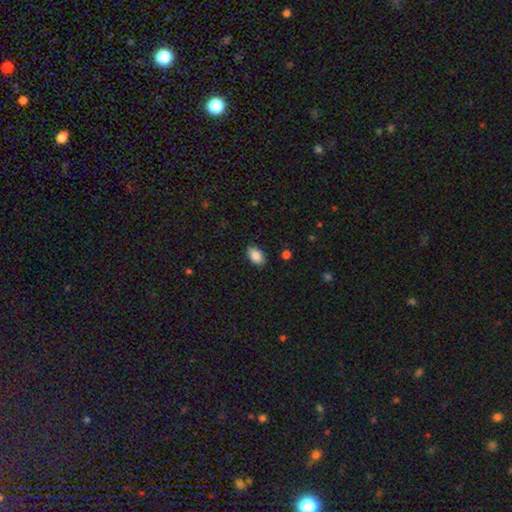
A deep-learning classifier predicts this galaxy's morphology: Smooth or featured? smooth (88%)
How rounded? in between (93%)
Merging? none (87%)